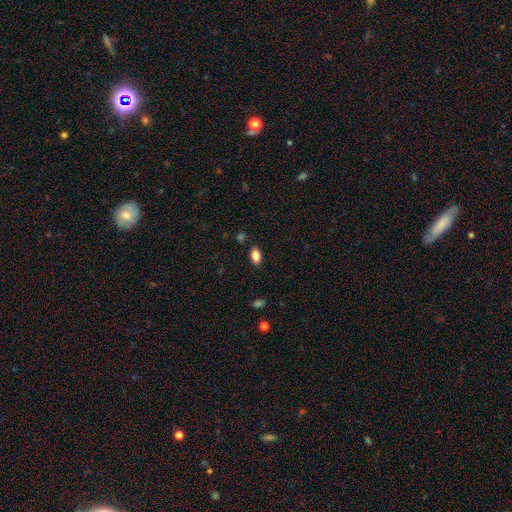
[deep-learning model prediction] smooth 86%, star or artifact 9%, featured or disk 6%. Down the decision tree: how rounded — in between (91%); merging — none (86%).